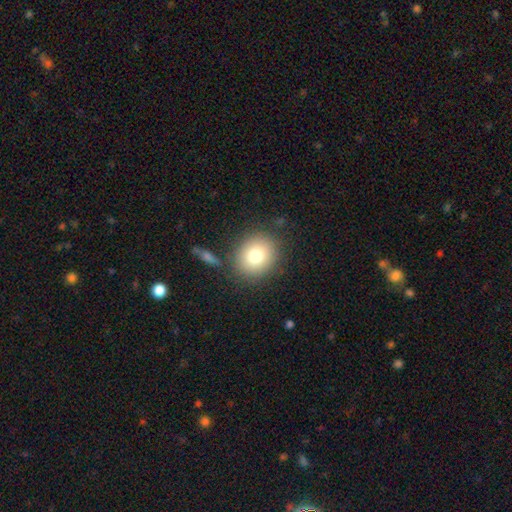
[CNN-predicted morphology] Q: Smooth or featured?
A: smooth (77%); runner-up: featured or disk (12%)
Q: How rounded?
A: round (77%); runner-up: in between (22%)
Q: Merging?
A: none (83%); runner-up: minor disturbance (9%)